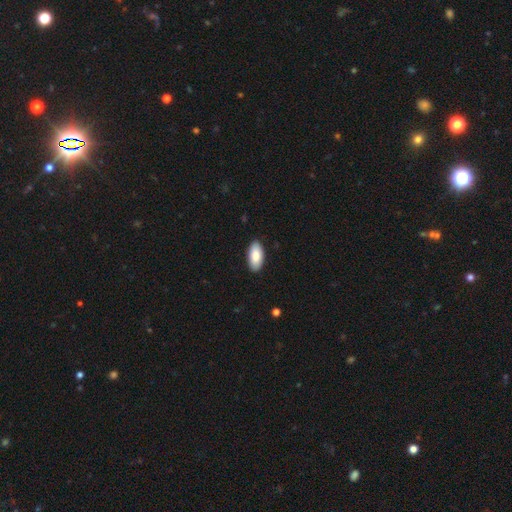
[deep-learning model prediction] A smooth galaxy with no disk features (87%) that is in between round and cigar-shaped (93%). Merging: none (89%).